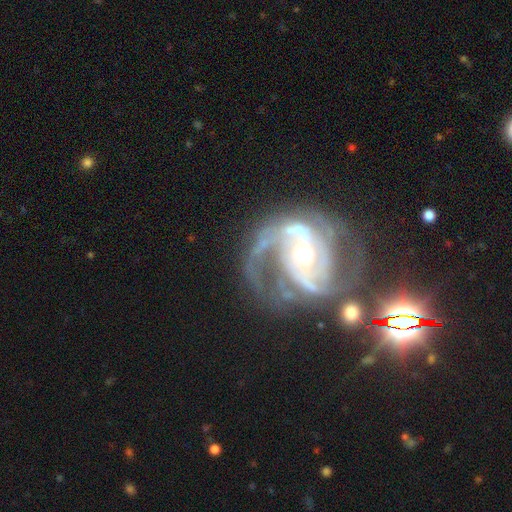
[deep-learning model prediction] A featured or disk galaxy (90%) with no bar (38%), 2 (56%) medium (52%) spiral arms (97%) and a moderate central bulge (62%).

Vote fractions:
- Smooth or featured? featured or disk: 90% / star or artifact: 7% / smooth: 3%
- Edge-on disk? no: 98% / yes: 2%
- Bar? no: 38% / weak: 34% / strong: 28%
- Spiral arms? yes: 97% / no: 3%
- Spiral winding? medium: 52% / tight: 34% / loose: 14%
- Spiral arm count? 2: 56% / 3: 22% / can't tell: 9% / 1: 5% / 4: 5% / more than 4: 4%
- Bulge size? moderate: 62% / small: 30% / large: 6% / none: 1% / dominant: 1%
- Merging? none: 51% / major disturbance: 22% / minor disturbance: 20% / merger: 7%